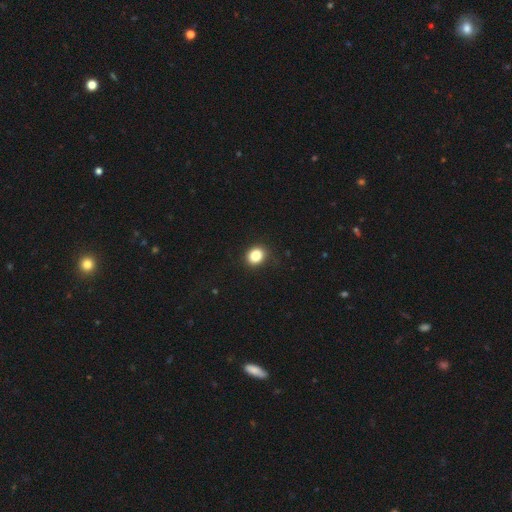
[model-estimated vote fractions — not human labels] Overall: smooth (87%). How rounded: round (61%; in between 38%). Merging: none (82%).